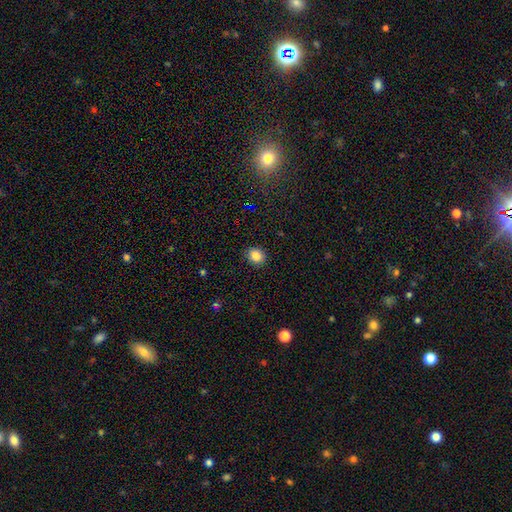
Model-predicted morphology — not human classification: type=smooth (85%); roundness=round (63%); merging=none (89%).